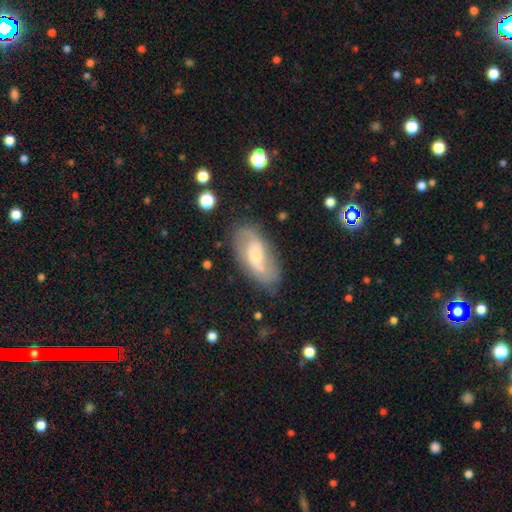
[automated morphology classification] type=featured or disk (66%); edge-on=no (93%); bar=no (51%); spiral arms=yes (87%); winding=medium (46%); arm count=2 (74%); bulge=small (52%); merging=none (71%).